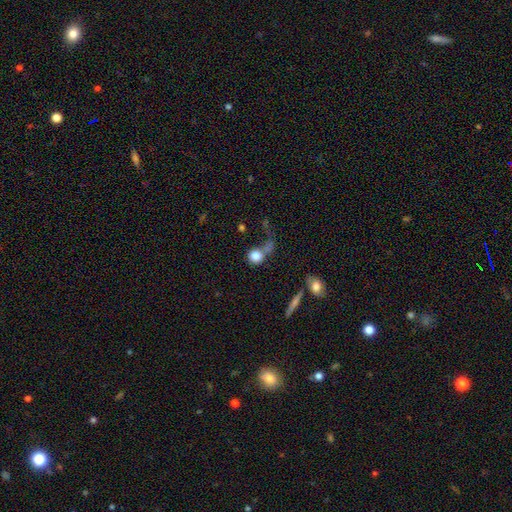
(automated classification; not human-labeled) A smooth galaxy with no disk features (78%) that is round (82%). Merging: none (36%).